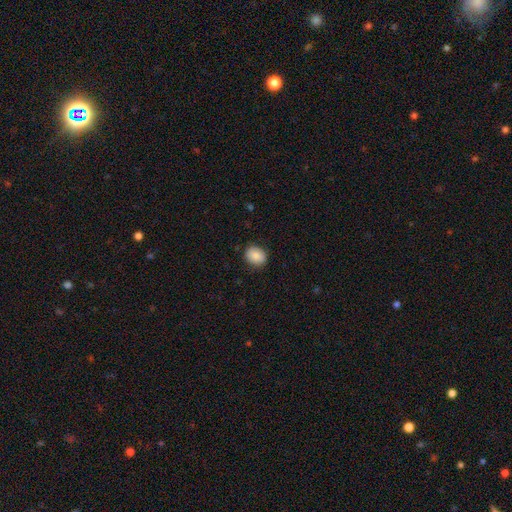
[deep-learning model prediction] Smooth or featured: smooth — 87% (star or artifact — 8%)
How rounded: round — 55% (in between — 44%)
Merging: none — 85% (minor disturbance — 11%)